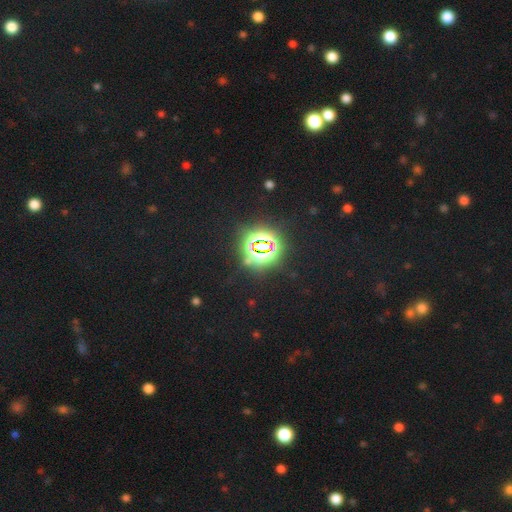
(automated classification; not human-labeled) This appears to be a star or artifact, not a galaxy (79%).